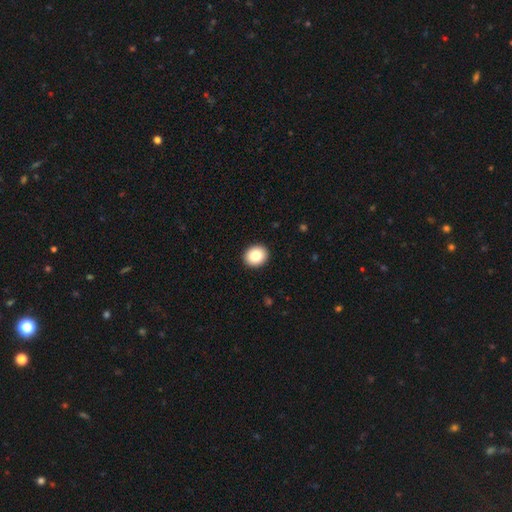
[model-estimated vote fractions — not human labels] smooth-or-featured: smooth: 83% | star or artifact: 9% | featured or disk: 9%
  how-rounded: round: 77% | in between: 23% | cigar-shaped: 1%
  merging: none: 93% | minor disturbance: 5% | major disturbance: 1% | merger: 1%